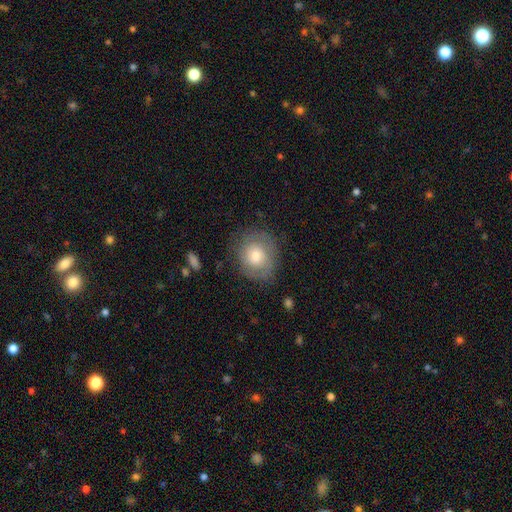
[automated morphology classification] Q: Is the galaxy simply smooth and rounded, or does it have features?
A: smooth — 55%.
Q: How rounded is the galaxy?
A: round — 76%.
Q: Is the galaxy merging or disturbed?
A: none — 76%.